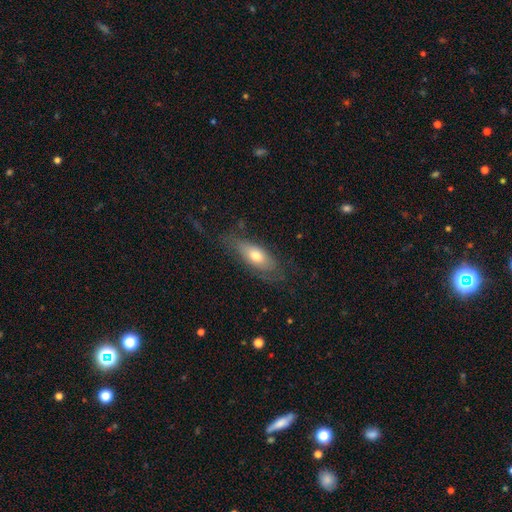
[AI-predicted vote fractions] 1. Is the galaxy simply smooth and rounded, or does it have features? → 59% smooth, 33% featured or disk, 7% star or artifact.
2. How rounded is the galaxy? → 75% in between, 21% cigar-shaped, 4% round.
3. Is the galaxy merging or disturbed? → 62% none, 25% minor disturbance, 11% major disturbance, 2% merger.